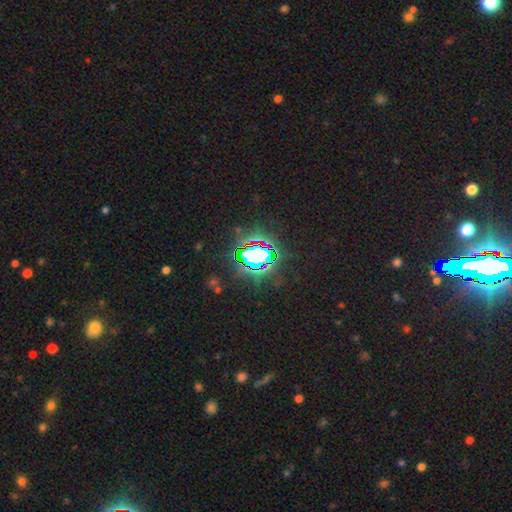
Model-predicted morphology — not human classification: type=star or artifact (81%).